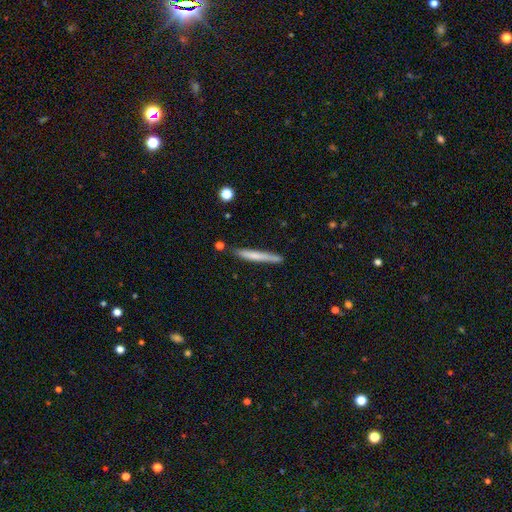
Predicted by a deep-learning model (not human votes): smooth_or_featured: smooth (p=0.64) [alt: featured or disk p=0.30]
how_rounded: cigar-shaped (p=0.96) [alt: in between p=0.03]
merging: none (p=0.82) [alt: minor disturbance p=0.13]